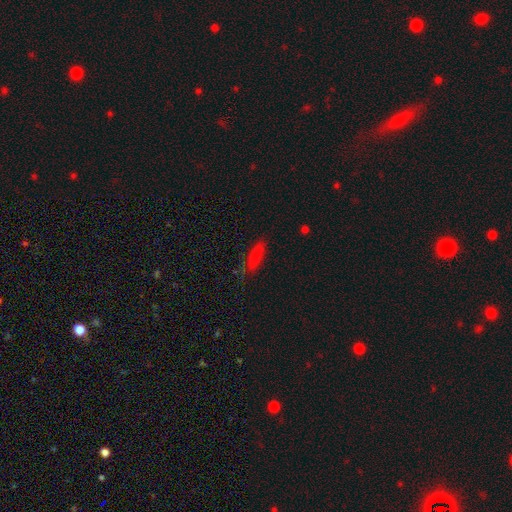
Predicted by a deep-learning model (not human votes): Smooth or featured? smooth (78%)
How rounded? cigar-shaped (50%)
Merging? none (70%)